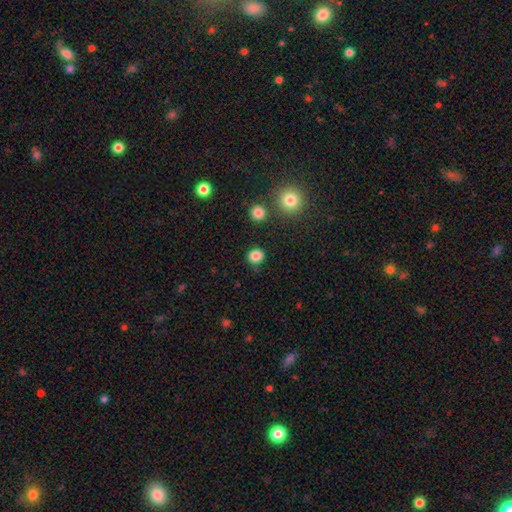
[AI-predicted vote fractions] Smooth or featured? smooth (84%)
How rounded? round (84%)
Merging? none (84%)